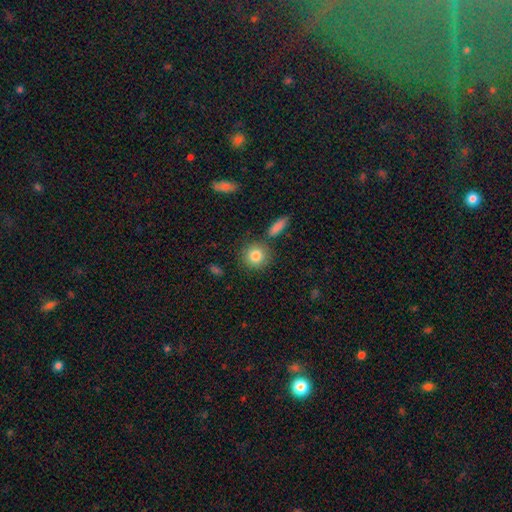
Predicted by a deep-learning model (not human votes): Q: Smooth or featured?
A: smooth (84%); runner-up: star or artifact (8%)
Q: How rounded?
A: round (88%); runner-up: in between (10%)
Q: Merging?
A: none (81%); runner-up: minor disturbance (9%)